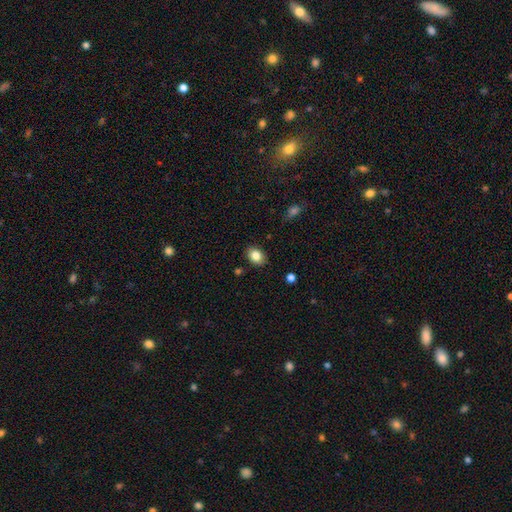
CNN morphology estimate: Smooth or featured: smooth — 84% (star or artifact — 9%)
How rounded: in between — 71% (round — 28%)
Merging: none — 87% (minor disturbance — 9%)